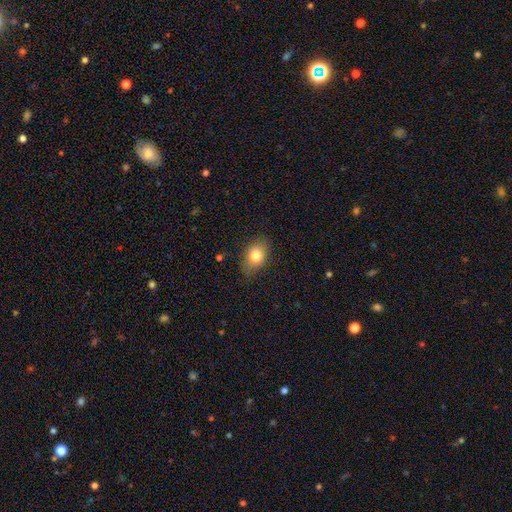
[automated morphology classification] Smooth or featured?
  - smooth: 80% *
  - featured or disk: 12%
  - star or artifact: 9%
How rounded?
  - in between: 78% *
  - round: 21%
  - cigar-shaped: 2%
Merging?
  - none: 80% *
  - minor disturbance: 16%
  - major disturbance: 3%
  - merger: 1%